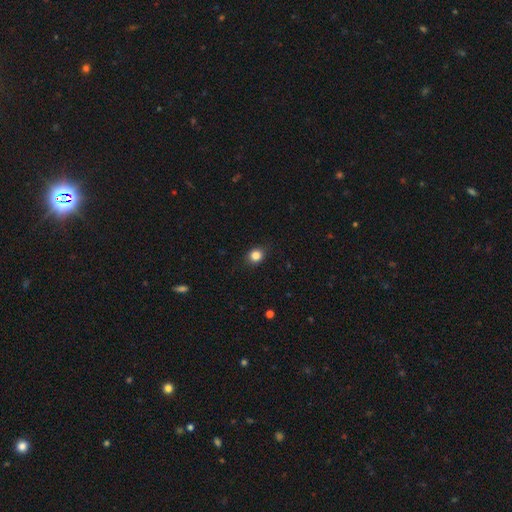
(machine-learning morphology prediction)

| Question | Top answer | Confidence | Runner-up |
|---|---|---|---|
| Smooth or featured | smooth | 84% | star or artifact (11%) |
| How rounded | round | 71% | in between (28%) |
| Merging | none | 86% | minor disturbance (11%) |